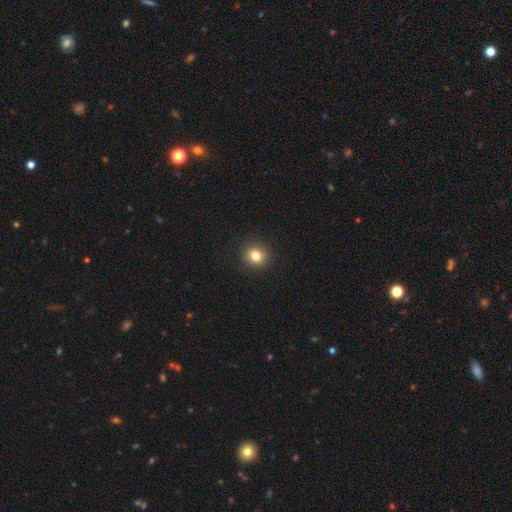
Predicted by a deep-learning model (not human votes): Smooth or featured? Predicted: smooth (p=0.82). How rounded? Predicted: round (p=0.84). Merging? Predicted: none (p=0.92).